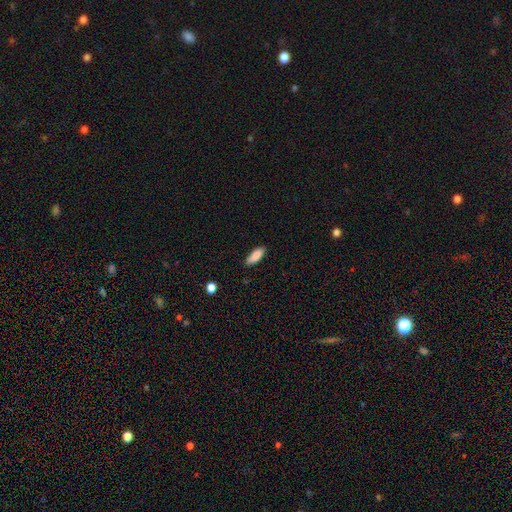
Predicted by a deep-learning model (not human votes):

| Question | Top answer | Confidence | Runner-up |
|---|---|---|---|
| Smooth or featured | smooth | 88% | star or artifact (7%) |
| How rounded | in between | 71% | cigar-shaped (27%) |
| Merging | none | 85% | minor disturbance (12%) |